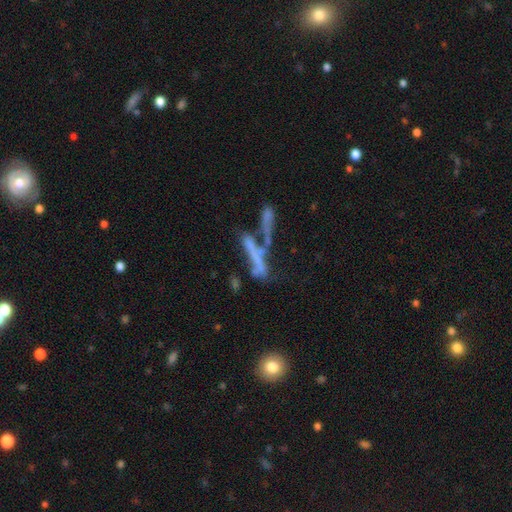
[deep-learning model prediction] This is possibly a featured or disk galaxy (49%). Merging: possibly merger (47%).